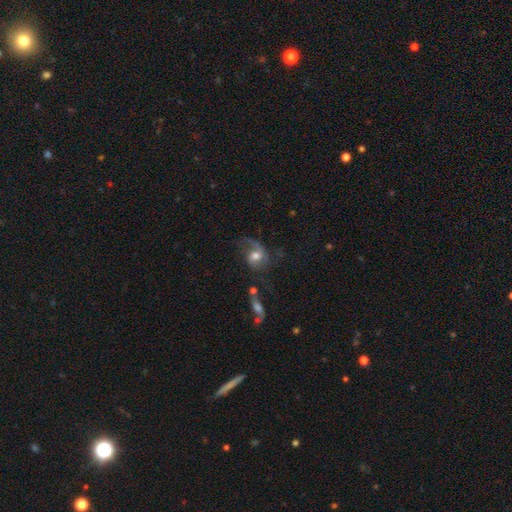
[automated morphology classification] featured or disk 64%, smooth 27%, star or artifact 9%. Down the decision tree: edge-on disk — no (97%); bar — no (59%); spiral arms — yes (88%); spiral arm count — 2 (45%, tied with 1); spiral winding — loose (56%); bulge size — moderate (63%); merging — none (40%).